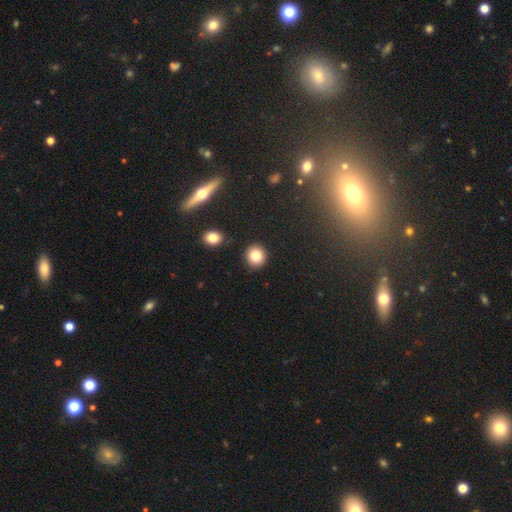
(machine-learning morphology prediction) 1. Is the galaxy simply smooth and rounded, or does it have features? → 82% smooth, 10% star or artifact, 8% featured or disk.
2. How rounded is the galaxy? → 89% round, 10% in between, 1% cigar-shaped.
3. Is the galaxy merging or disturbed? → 89% none, 6% minor disturbance, 3% merger, 2% major disturbance.